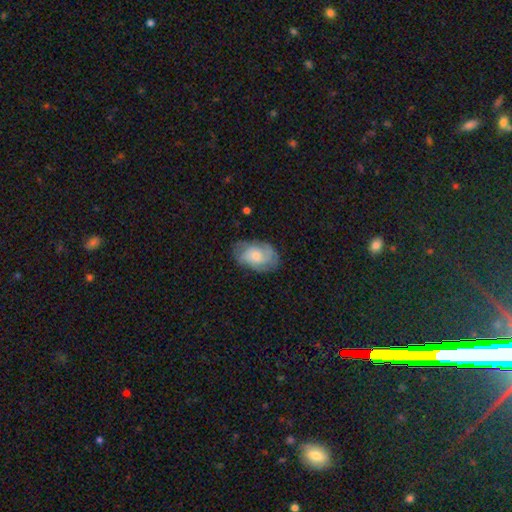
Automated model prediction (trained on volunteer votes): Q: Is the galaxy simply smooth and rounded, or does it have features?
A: featured or disk — 56%.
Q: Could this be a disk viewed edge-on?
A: no — 96%.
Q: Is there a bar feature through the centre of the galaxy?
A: no — 73%.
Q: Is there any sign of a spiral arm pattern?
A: yes — 85%.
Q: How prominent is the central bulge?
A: moderate — 49%.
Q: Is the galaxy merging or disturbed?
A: none — 71%.